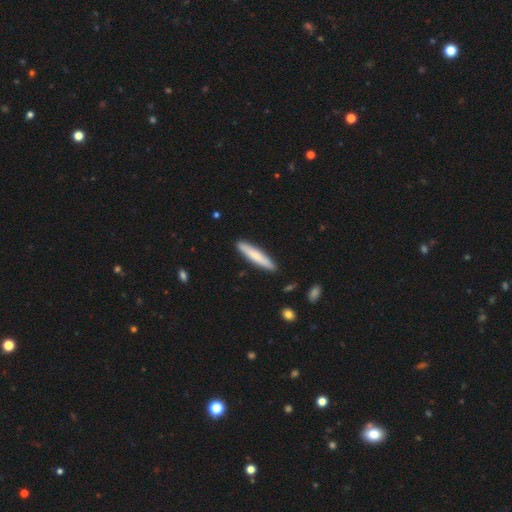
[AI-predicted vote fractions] Smooth or featured? smooth (72%)
How rounded? cigar-shaped (91%)
Merging? none (89%)